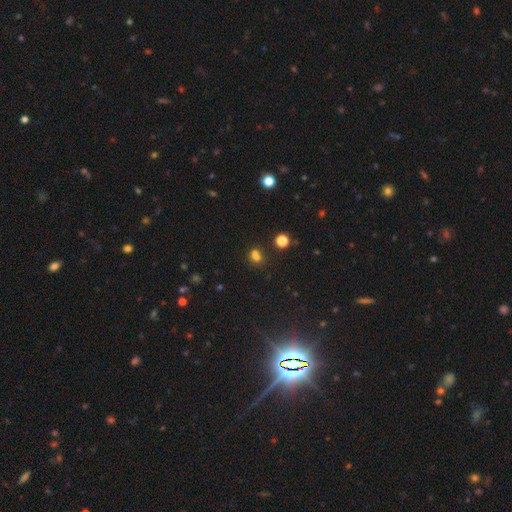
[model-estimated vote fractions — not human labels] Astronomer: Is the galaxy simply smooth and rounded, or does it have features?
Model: smooth — 65%.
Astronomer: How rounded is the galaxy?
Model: round — 51% (runner-up: in between, 47%).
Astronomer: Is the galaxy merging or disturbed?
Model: none — 54%.